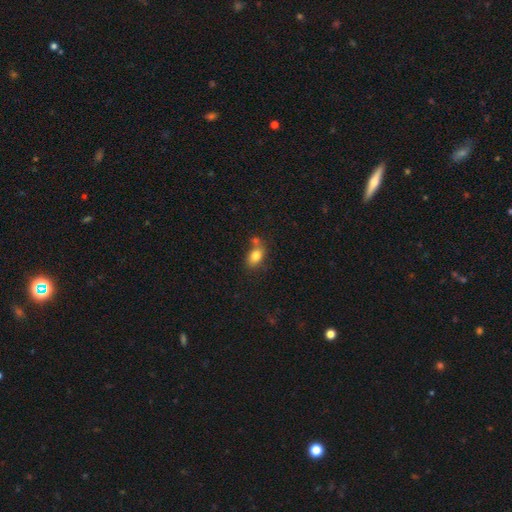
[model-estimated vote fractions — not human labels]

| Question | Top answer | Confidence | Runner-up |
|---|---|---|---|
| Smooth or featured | smooth | 81% | featured or disk (10%) |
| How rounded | in between | 77% | round (21%) |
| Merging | none | 51% | merger (26%) |